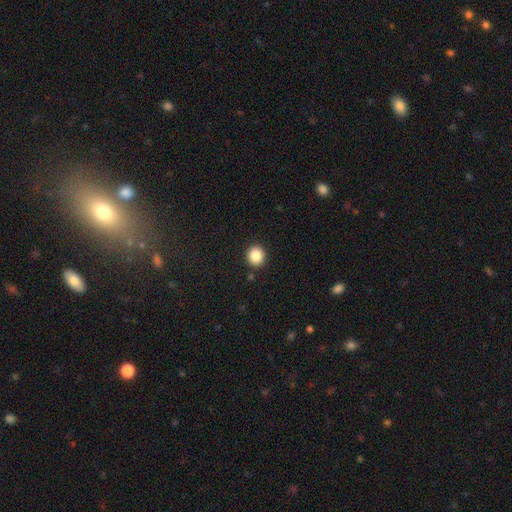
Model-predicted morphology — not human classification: Q: Smooth or featured?
A: smooth (86%); runner-up: star or artifact (10%)
Q: How rounded?
A: round (89%); runner-up: in between (10%)
Q: Merging?
A: none (91%); runner-up: minor disturbance (5%)